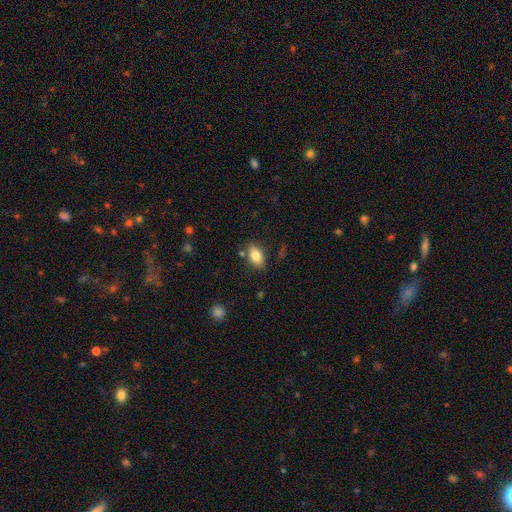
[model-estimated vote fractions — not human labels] Q: Smooth or featured?
A: smooth (81%); runner-up: featured or disk (11%)
Q: How rounded?
A: in between (90%); runner-up: round (7%)
Q: Merging?
A: none (79%); runner-up: minor disturbance (13%)